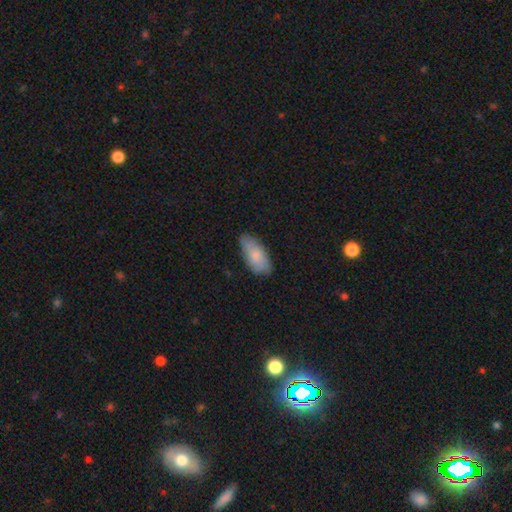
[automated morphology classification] Smooth or featured? smooth (77%)
How rounded? in between (89%)
Merging? none (76%)